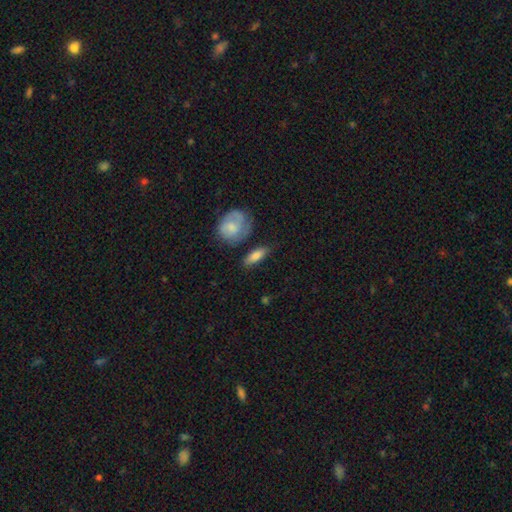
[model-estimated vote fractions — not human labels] smooth_or_featured: smooth (p=0.79) [alt: featured or disk p=0.15]
how_rounded: in between (p=0.68) [alt: cigar-shaped p=0.26]
merging: none (p=0.73) [alt: minor disturbance p=0.16]